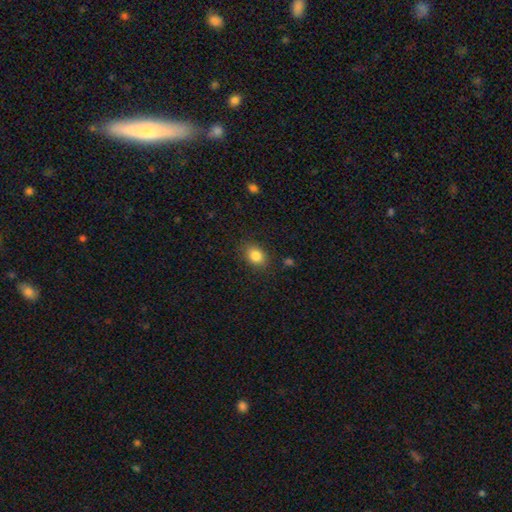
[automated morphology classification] smooth-or-featured: smooth: 84% | star or artifact: 10% | featured or disk: 6%
  how-rounded: in between: 68% | round: 31% | cigar-shaped: 1%
  merging: none: 83% | minor disturbance: 12% | major disturbance: 3% | merger: 2%